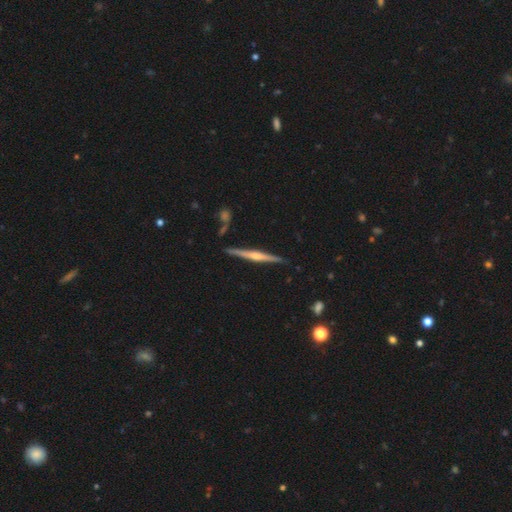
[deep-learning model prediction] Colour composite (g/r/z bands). It shows a featured or disk galaxy (77%) viewed edge-on (98%) with a rounded central bulge (80%). Merging: none (89%).